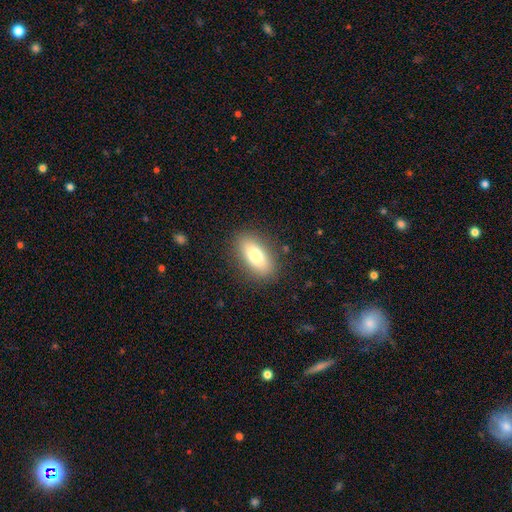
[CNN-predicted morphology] smooth 77%, featured or disk 15%, star or artifact 8%. Down the decision tree: how rounded — in between (84%); merging — none (85%).